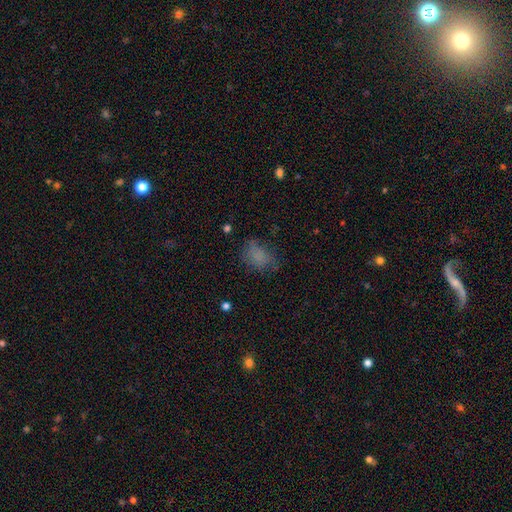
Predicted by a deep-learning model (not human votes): smooth_or_featured: smooth (p=0.73) [alt: star or artifact p=0.15]
how_rounded: in between (p=0.72) [alt: round p=0.26]
merging: none (p=0.60) [alt: minor disturbance p=0.24]